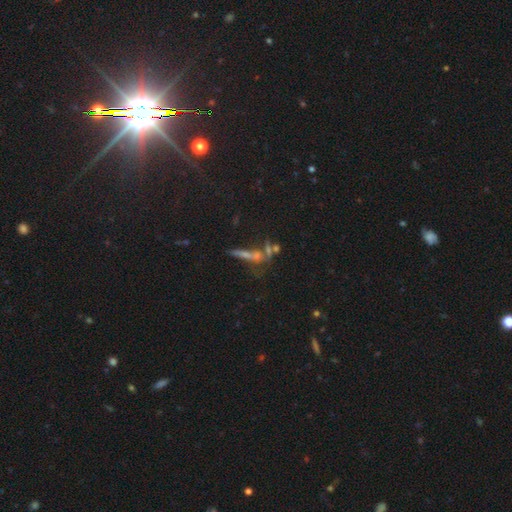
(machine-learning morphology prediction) Overall: featured or disk (37%; star or artifact 35%). Merging: none (43%; merger 27%).